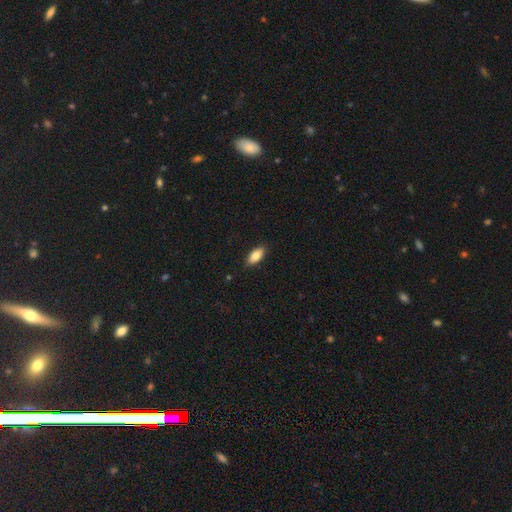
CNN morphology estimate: Overall: smooth (82%). How rounded: in between (87%). Merging: none (87%).